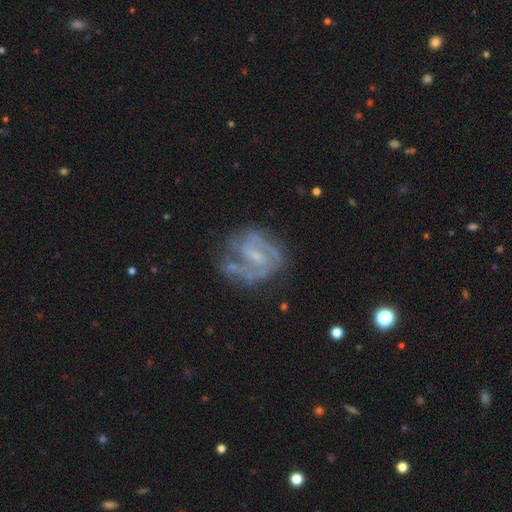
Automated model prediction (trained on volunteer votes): A featured or disk galaxy (82%) with a weak bar (53%), 2 (54%) medium (48%) spiral arms (86%) and a small central bulge (59%). Merging: none (57%).